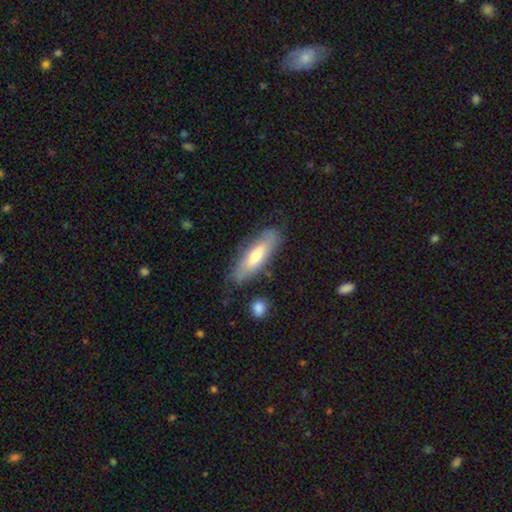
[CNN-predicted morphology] This is possibly a smooth galaxy (51%). How rounded: possibly in between (52%). Merging: likely none (76%).